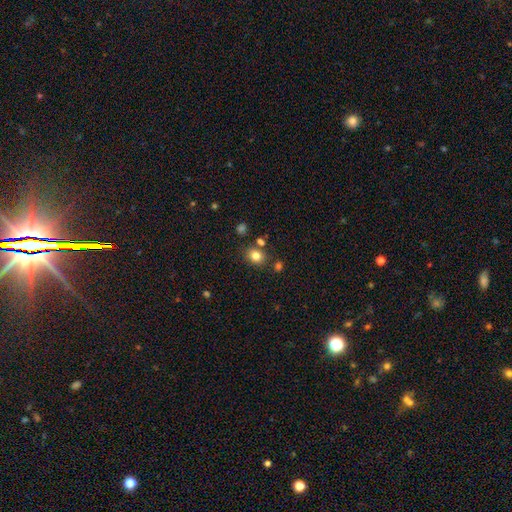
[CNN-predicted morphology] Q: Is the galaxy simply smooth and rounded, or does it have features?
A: smooth — 81%.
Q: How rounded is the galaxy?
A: round — 62%.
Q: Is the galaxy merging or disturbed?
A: none — 77%.